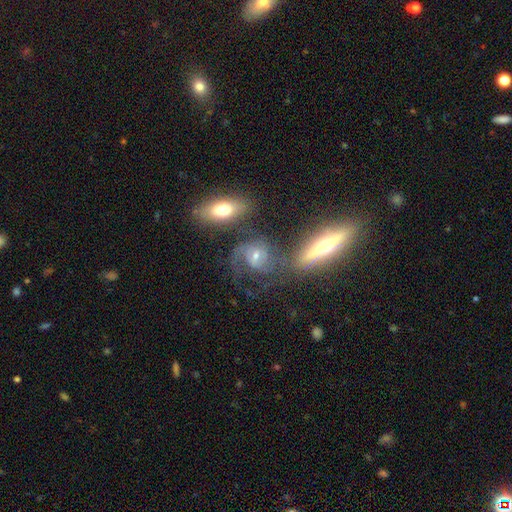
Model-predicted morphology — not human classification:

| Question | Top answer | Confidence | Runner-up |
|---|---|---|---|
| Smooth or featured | featured or disk | 72% | smooth (18%) |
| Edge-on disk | no | 95% | yes (5%) |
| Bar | no | 46% | weak (42%) |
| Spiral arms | yes | 88% | no (12%) |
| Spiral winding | medium | 44% | tight (31%) |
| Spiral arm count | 2 | 54% | can't tell (18%) |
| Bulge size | moderate | 46% | small (44%) |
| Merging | none | 40% | merger (25%) |